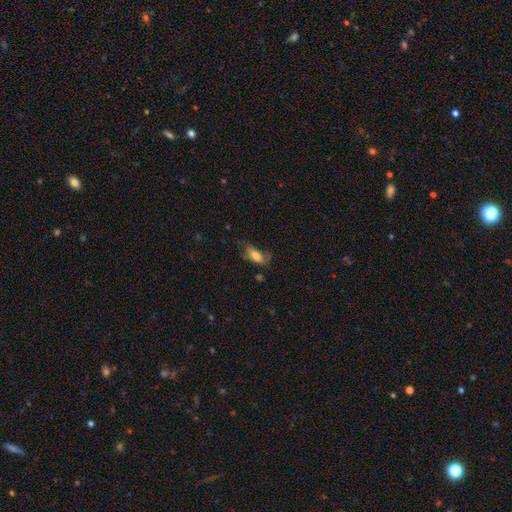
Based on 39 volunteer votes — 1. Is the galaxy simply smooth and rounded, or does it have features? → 64% smooth, 31% featured or disk, 5% star or artifact.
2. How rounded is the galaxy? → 88% in between, 12% cigar-shaped, 0% round.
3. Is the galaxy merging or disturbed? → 49% none, 24% major disturbance, 22% minor disturbance, 5% merger.